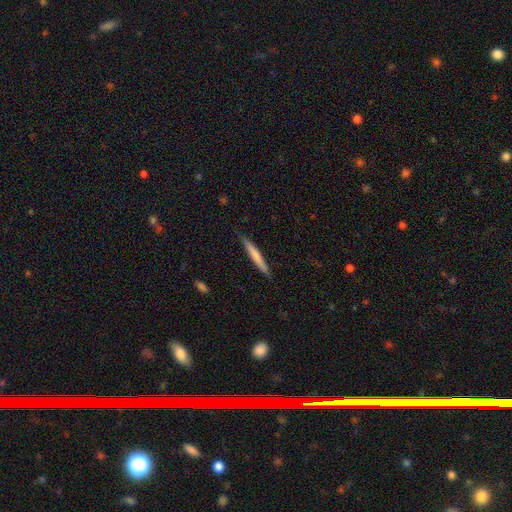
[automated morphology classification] smooth_or_featured: smooth (p=0.67) [alt: featured or disk p=0.28]
how_rounded: cigar-shaped (p=0.96) [alt: in between p=0.03]
merging: none (p=0.89) [alt: minor disturbance p=0.08]